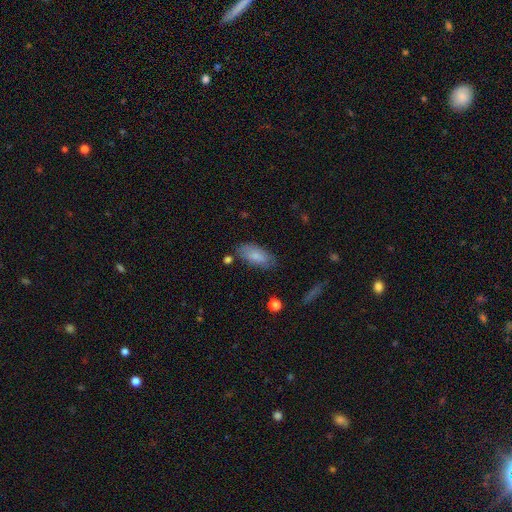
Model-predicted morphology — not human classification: Overall: smooth (82%). How rounded: in between (86%). Merging: none (75%).